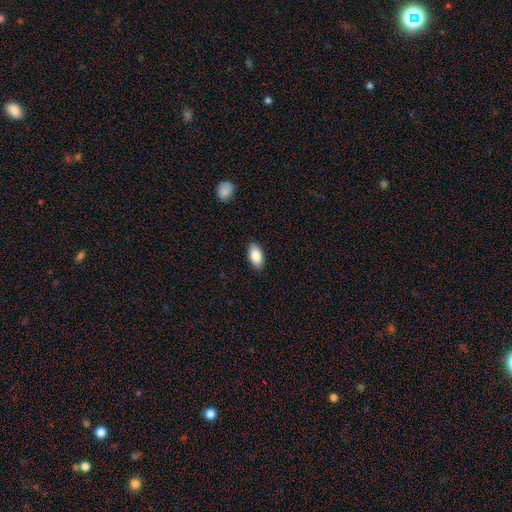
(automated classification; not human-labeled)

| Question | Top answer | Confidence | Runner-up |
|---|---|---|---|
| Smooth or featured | smooth | 86% | featured or disk (7%) |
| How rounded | in between | 93% | cigar-shaped (4%) |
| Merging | none | 88% | minor disturbance (9%) |